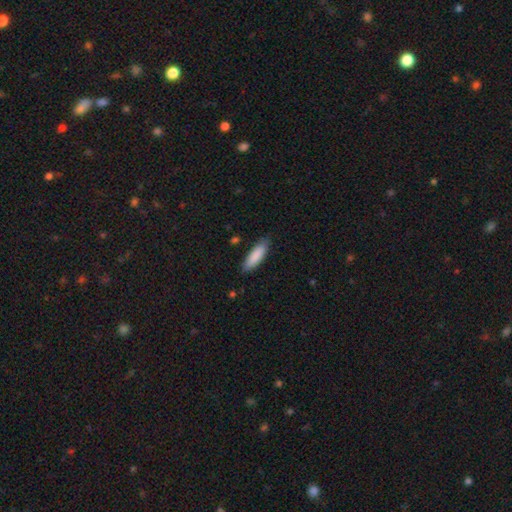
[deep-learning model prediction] smooth-or-featured: smooth: 87% | featured or disk: 8% | star or artifact: 6%
  how-rounded: cigar-shaped: 55% | in between: 44% | round: 1%
  merging: none: 83% | minor disturbance: 14% | major disturbance: 2% | merger: 1%